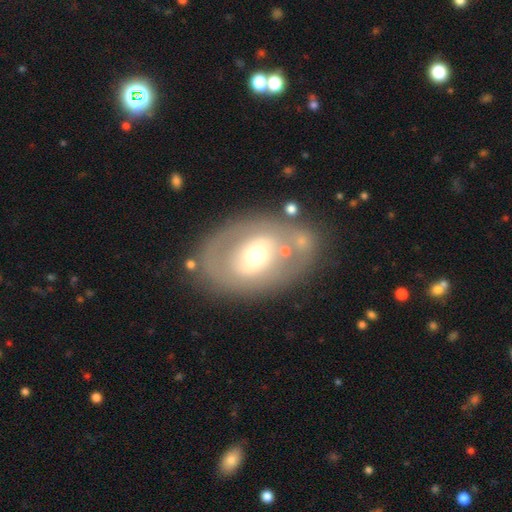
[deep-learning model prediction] Q: Smooth or featured?
A: featured or disk (56%); runner-up: smooth (37%)
Q: Edge-on disk?
A: no (92%); runner-up: yes (8%)
Q: Bar?
A: no (63%); runner-up: weak (24%)
Q: Spiral arms?
A: no (80%); runner-up: yes (20%)
Q: Bulge size?
A: moderate (62%); runner-up: small (22%)
Q: Merging?
A: none (72%); runner-up: minor disturbance (14%)